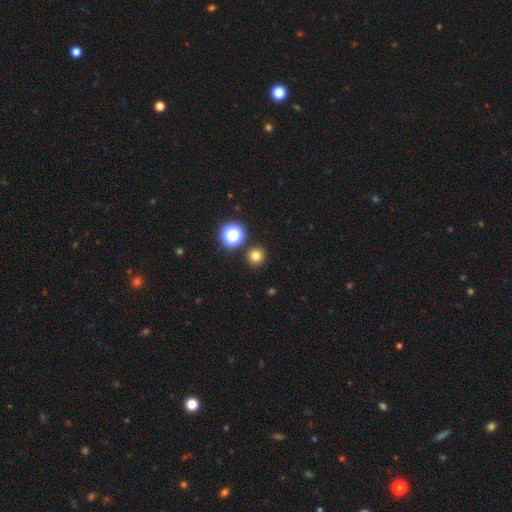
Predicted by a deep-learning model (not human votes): Q: Smooth or featured?
A: smooth (78%); runner-up: star or artifact (17%)
Q: How rounded?
A: round (95%); runner-up: in between (4%)
Q: Merging?
A: none (90%); runner-up: minor disturbance (5%)